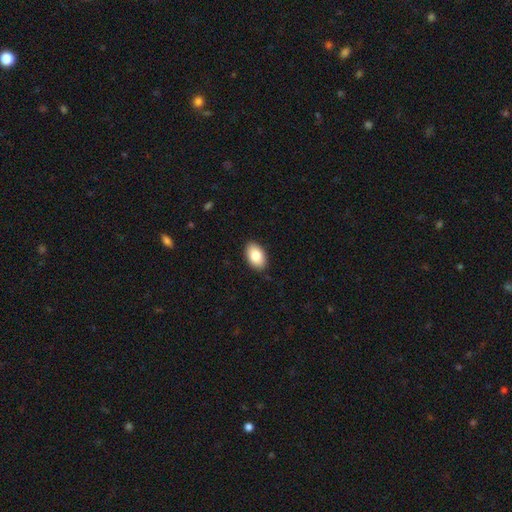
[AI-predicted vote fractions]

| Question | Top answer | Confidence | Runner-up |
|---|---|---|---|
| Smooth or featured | smooth | 85% | featured or disk (8%) |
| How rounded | in between | 93% | round (6%) |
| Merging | none | 89% | minor disturbance (8%) |